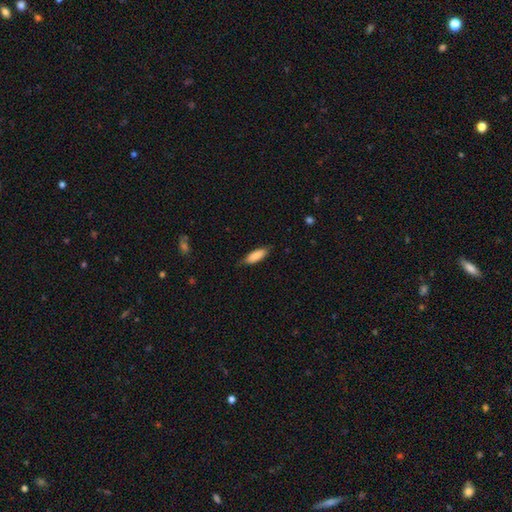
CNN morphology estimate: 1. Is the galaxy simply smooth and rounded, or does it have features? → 86% smooth, 8% featured or disk, 6% star or artifact.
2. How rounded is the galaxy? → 62% in between, 37% cigar-shaped, 2% round.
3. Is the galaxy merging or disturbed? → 77% none, 19% minor disturbance, 3% major disturbance, 1% merger.